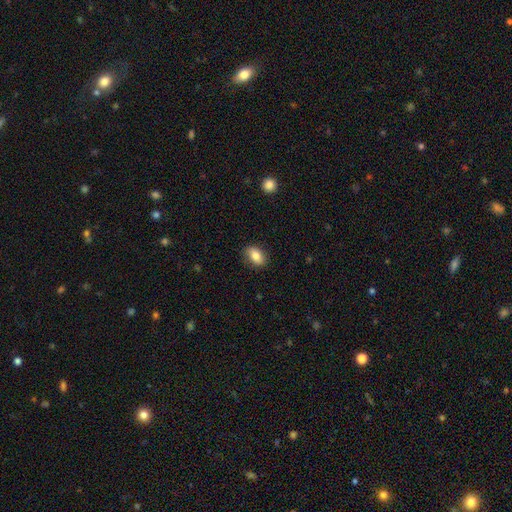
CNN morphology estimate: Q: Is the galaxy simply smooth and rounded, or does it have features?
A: smooth — 82%.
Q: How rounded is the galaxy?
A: in between — 81%.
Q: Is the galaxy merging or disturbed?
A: none — 85%.